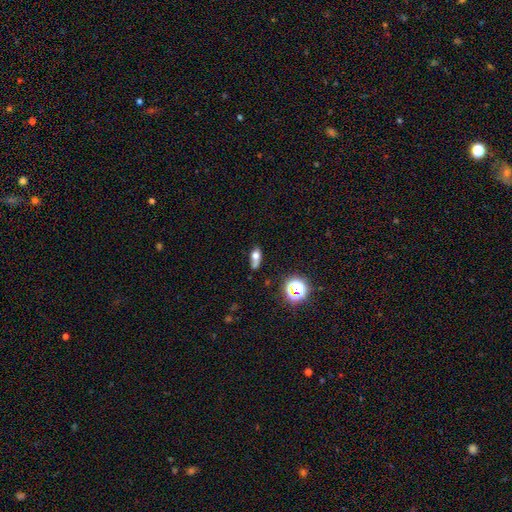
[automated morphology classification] type=smooth (63%); roundness=in between (67%); merging=none (43%).